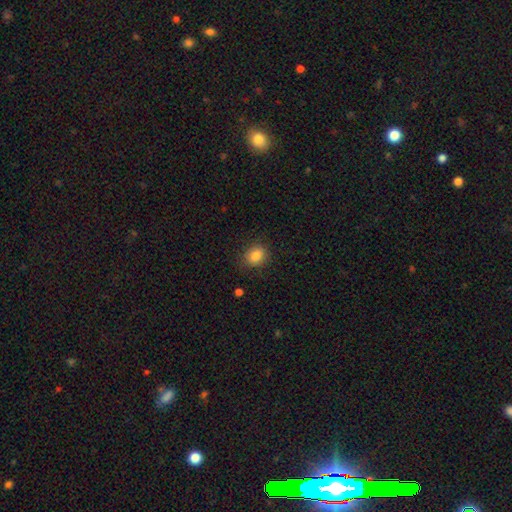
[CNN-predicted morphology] This is clearly a smooth galaxy (84%). How rounded: likely round (62%). Merging: clearly none (84%).